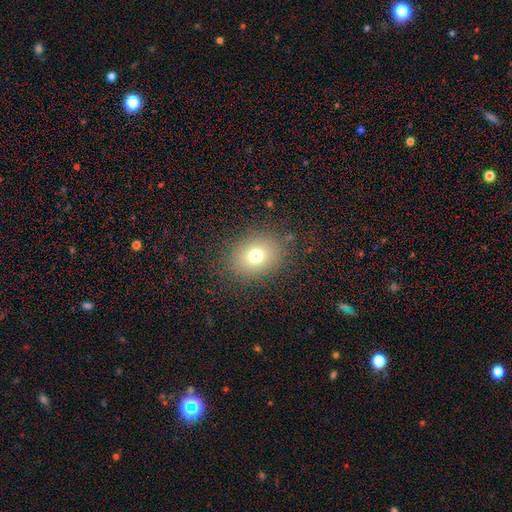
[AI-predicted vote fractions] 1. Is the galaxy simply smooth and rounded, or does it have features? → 74% smooth, 15% star or artifact, 11% featured or disk.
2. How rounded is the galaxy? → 55% round, 44% in between, 1% cigar-shaped.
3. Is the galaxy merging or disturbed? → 88% none, 8% minor disturbance, 3% major disturbance, 1% merger.